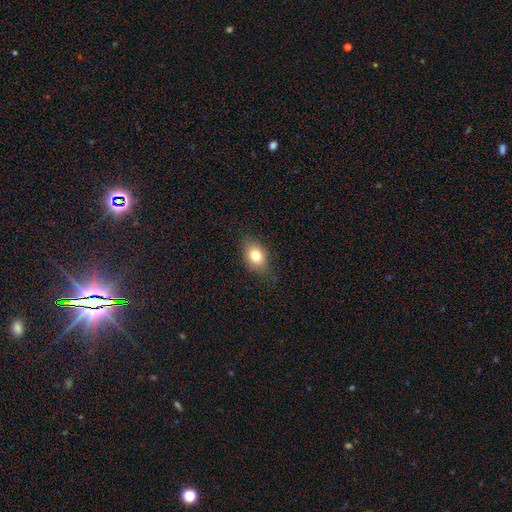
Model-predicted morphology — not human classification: A smooth galaxy with no disk features (77%) that is in between round and cigar-shaped (78%).

Vote fractions:
- Smooth or featured? smooth: 77% / featured or disk: 13% / star or artifact: 10%
- How rounded? in between: 78% / round: 20% / cigar-shaped: 2%
- Merging? none: 81% / minor disturbance: 15% / major disturbance: 3% / merger: 1%